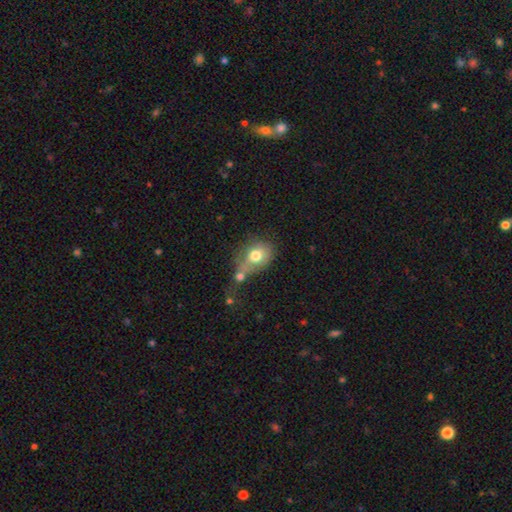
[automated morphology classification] Q: Smooth or featured?
A: smooth (73%); runner-up: featured or disk (18%)
Q: How rounded?
A: in between (54%); runner-up: round (44%)
Q: Merging?
A: merger (42%); runner-up: none (25%)